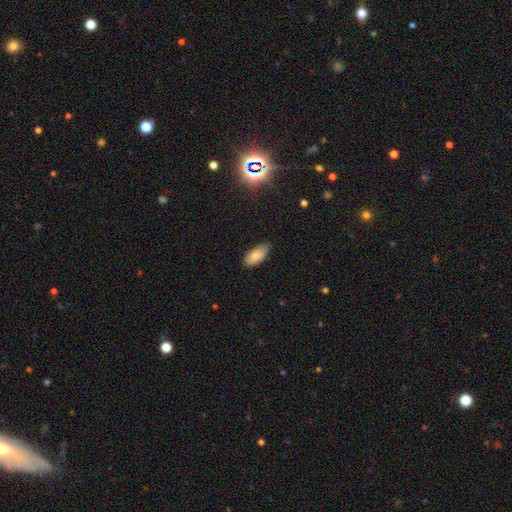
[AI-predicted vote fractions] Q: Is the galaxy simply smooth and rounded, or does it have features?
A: smooth — 81%.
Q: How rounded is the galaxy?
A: in between — 91%.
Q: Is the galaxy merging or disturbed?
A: none — 65%.